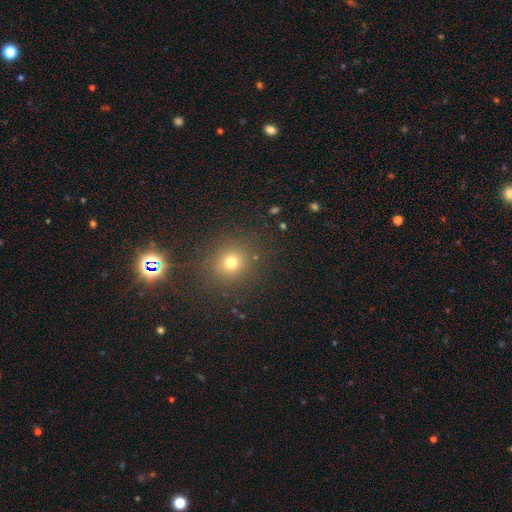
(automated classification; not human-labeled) Overall: smooth (55%; star or artifact 38%). How rounded: round (83%). Merging: none (88%).